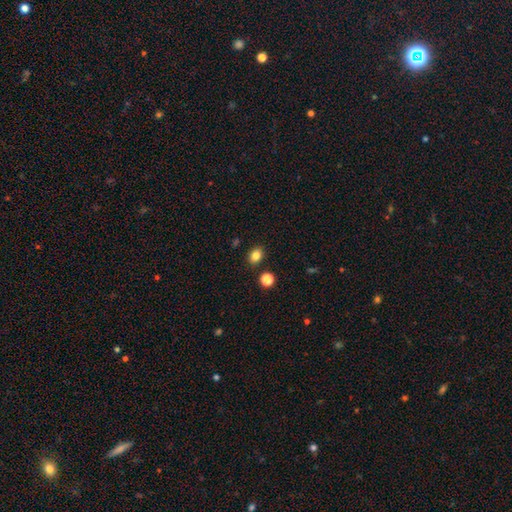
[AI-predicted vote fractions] Smooth or featured?
  - smooth: 83% *
  - star or artifact: 12%
  - featured or disk: 5%
How rounded?
  - in between: 57% *
  - round: 42%
  - cigar-shaped: 1%
Merging?
  - none: 85% *
  - minor disturbance: 8%
  - merger: 4%
  - major disturbance: 2%